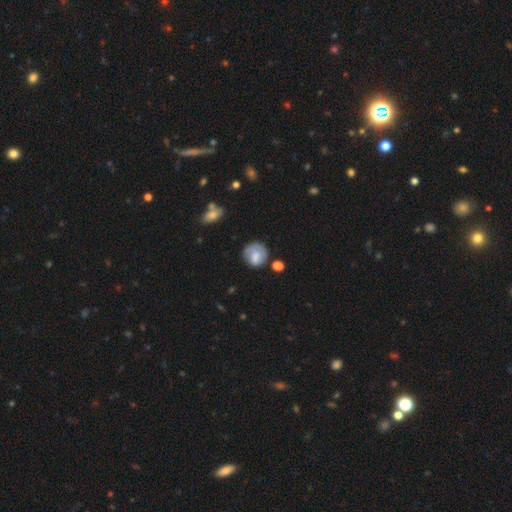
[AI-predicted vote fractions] smooth 70%, featured or disk 23%, star or artifact 8%. Down the decision tree: how rounded — round (81%); merging — none (60%).